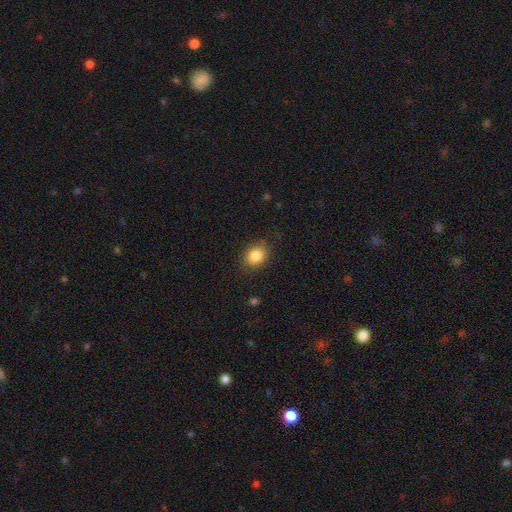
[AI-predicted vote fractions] A smooth galaxy with no disk features (84%) that is round (53%). Merging: none (82%).